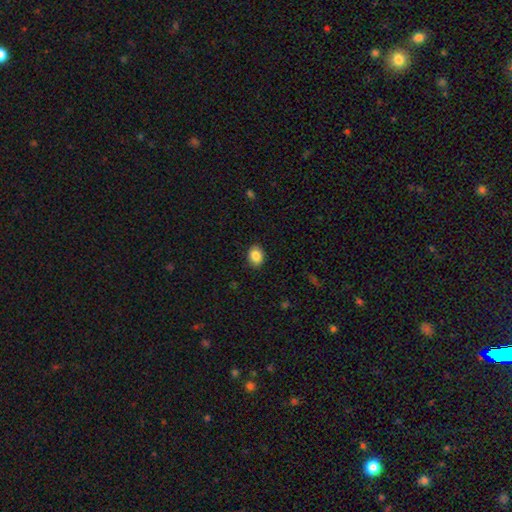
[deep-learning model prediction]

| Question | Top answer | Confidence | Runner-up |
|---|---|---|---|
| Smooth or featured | smooth | 87% | star or artifact (8%) |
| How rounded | in between | 61% | round (38%) |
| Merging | none | 89% | minor disturbance (8%) |